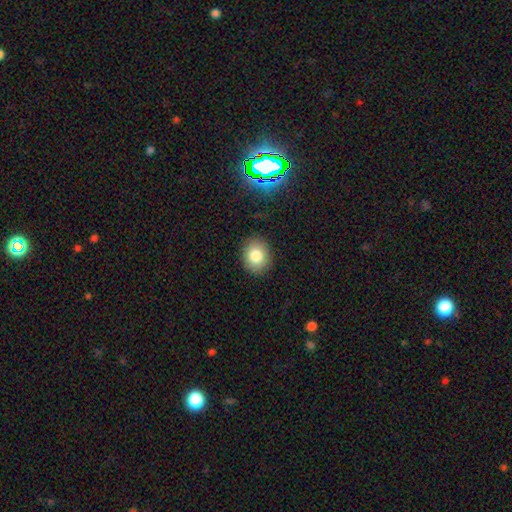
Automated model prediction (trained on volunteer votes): This is clearly a smooth galaxy (81%). How rounded: likely round (60%). Merging: clearly none (88%).